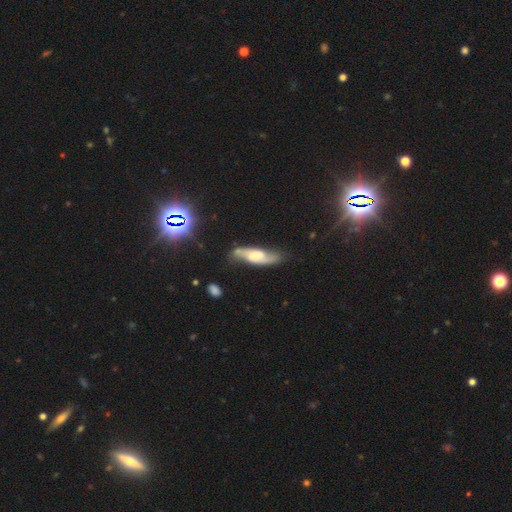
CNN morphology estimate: This appears to be a featured or disk galaxy (63%). Merging: none (71%).